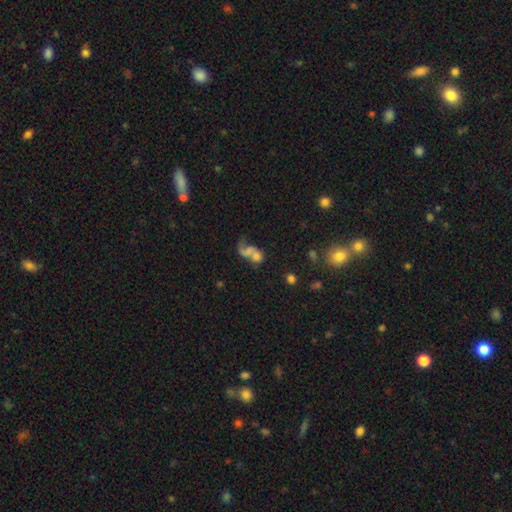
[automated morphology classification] Smooth or featured? Predicted: smooth (p=0.44). Merging? Predicted: merger (p=0.49).